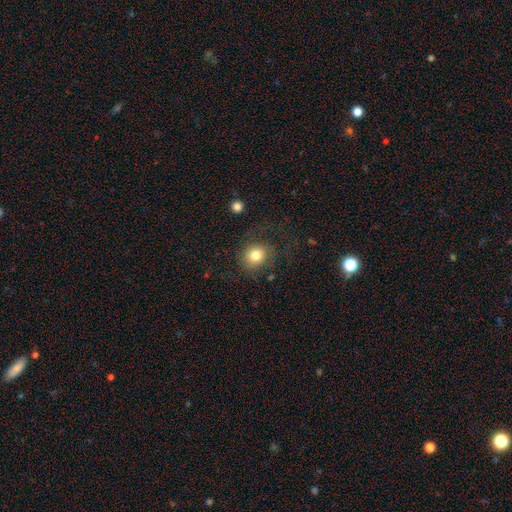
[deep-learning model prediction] Smooth or featured: smooth — 79% (featured or disk — 11%)
How rounded: round — 69% (in between — 30%)
Merging: none — 72% (minor disturbance — 15%)